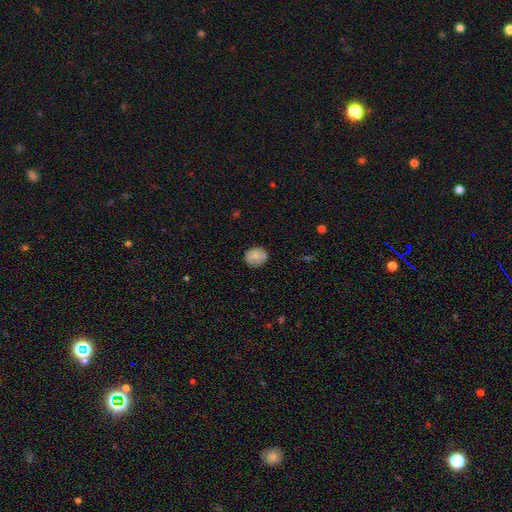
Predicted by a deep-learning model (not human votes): Overall: smooth (84%). How rounded: round (65%; in between 34%). Merging: none (82%).